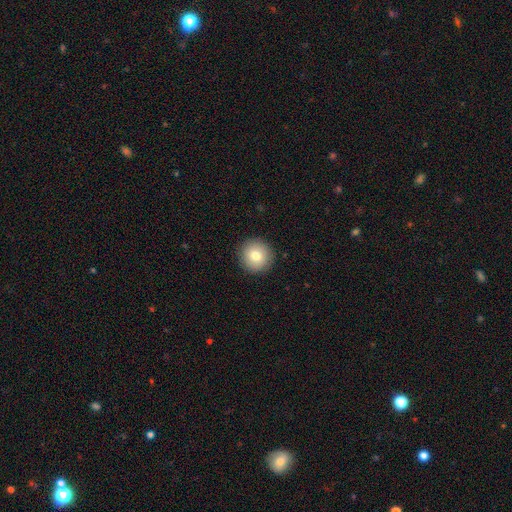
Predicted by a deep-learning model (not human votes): The model was most divided on "smooth or featured": smooth: 80%, featured or disk: 11%, star or artifact: 9%. More confident: how rounded — round (95%); merging — none (91%).